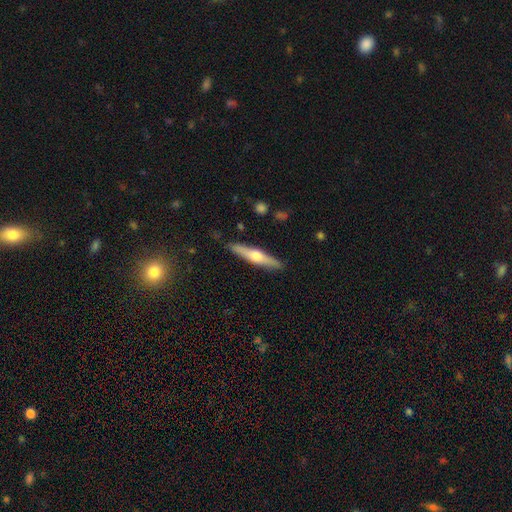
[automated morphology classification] The model was most divided on "smooth or featured": featured or disk: 57%, smooth: 38%, star or artifact: 5%. More confident: edge-on disk — yes (96%); edge-on bulge — rounded (92%); merging — none (90%).